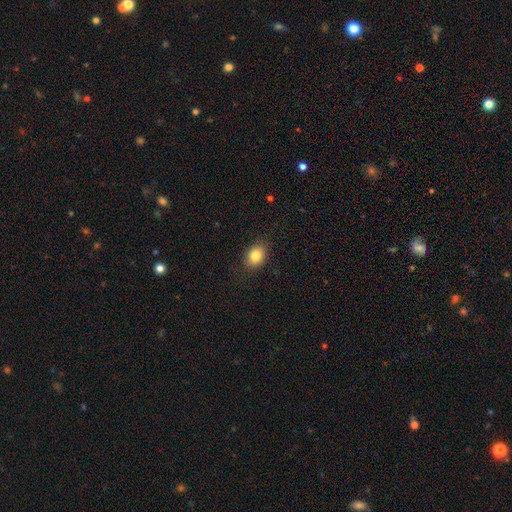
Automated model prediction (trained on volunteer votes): This appears to be a smooth galaxy with no disk features (83%) that is in between round and cigar-shaped (60%). Merging: none (86%).